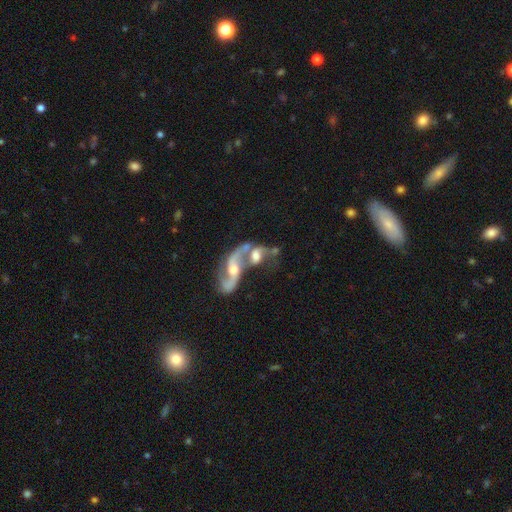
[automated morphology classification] This is likely a featured or disk galaxy (74%). It is clearly not viewed edge-on (94%). Bar: possibly no (50%). Spiral arm pattern: clearly yes (83%). Spiral arm count: clearly 2 (82%). Spiral winding: likely loose (73%). Central bulge: possibly moderate (55%). Merging: likely merger (68%).